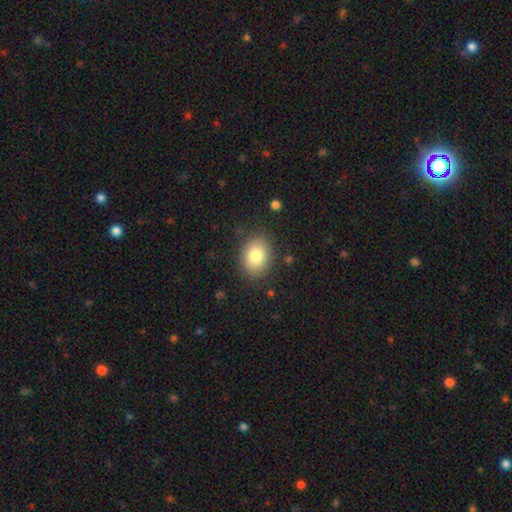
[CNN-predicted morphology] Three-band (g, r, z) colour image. It shows a smooth galaxy with no disk features (82%) that is in between round and cigar-shaped (55%). Merging: none (85%).